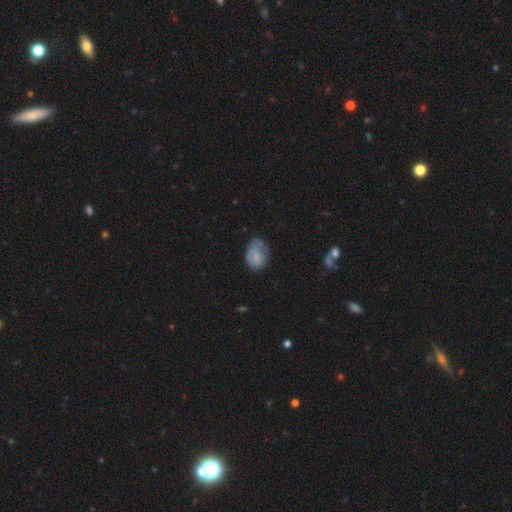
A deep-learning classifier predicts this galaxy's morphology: Smooth or featured?
  - smooth: 65% *
  - featured or disk: 26%
  - star or artifact: 9%
How rounded?
  - in between: 77% *
  - round: 22%
  - cigar-shaped: 1%
Merging?
  - none: 39% *
  - minor disturbance: 36%
  - major disturbance: 19%
  - merger: 6%